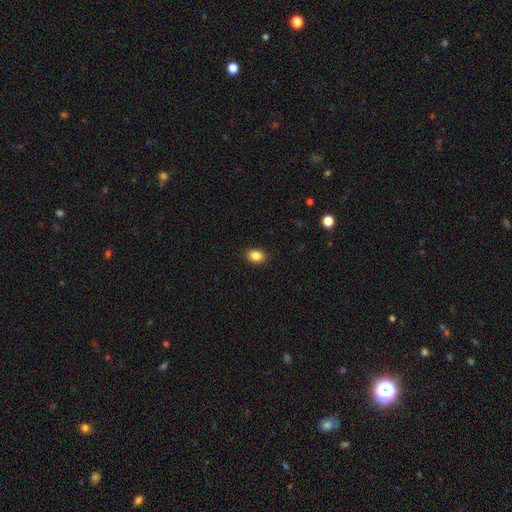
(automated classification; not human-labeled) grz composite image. It shows a smooth galaxy with no disk features (86%) that is in between round and cigar-shaped (69%). Merging: none (90%).